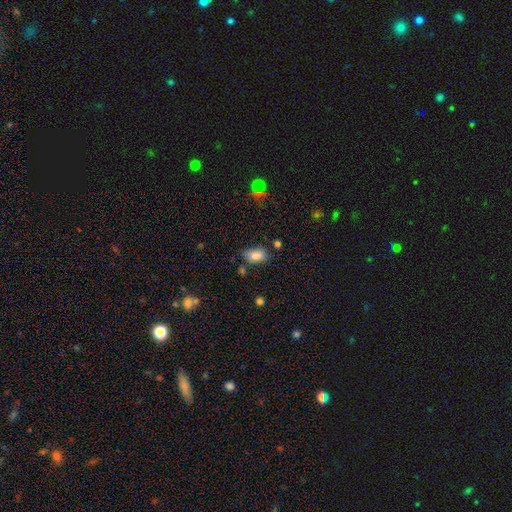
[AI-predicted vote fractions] Overall: smooth (84%). How rounded: in between (89%). Merging: none (71%).